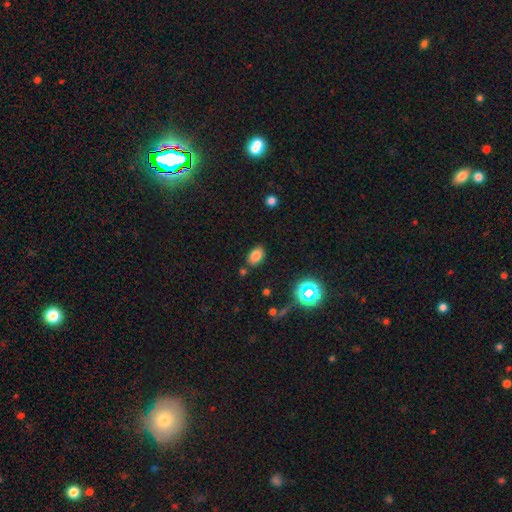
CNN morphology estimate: Smooth or featured?
  - smooth: 79% *
  - star or artifact: 14%
  - featured or disk: 7%
How rounded?
  - in between: 88% *
  - round: 10%
  - cigar-shaped: 1%
Merging?
  - none: 81% *
  - minor disturbance: 12%
  - merger: 5%
  - major disturbance: 3%